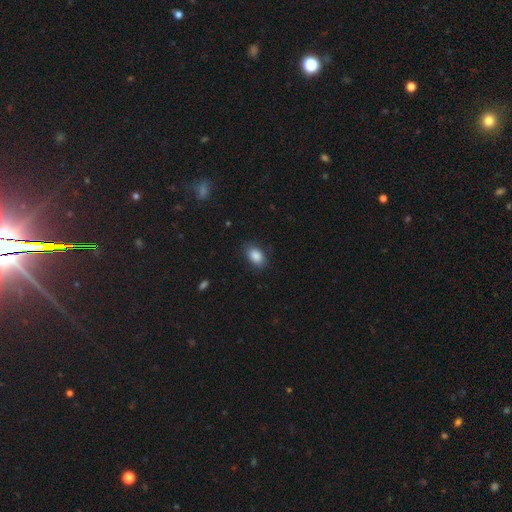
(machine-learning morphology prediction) Q: Smooth or featured?
A: smooth (88%); runner-up: star or artifact (8%)
Q: How rounded?
A: in between (86%); runner-up: round (13%)
Q: Merging?
A: none (83%); runner-up: minor disturbance (12%)